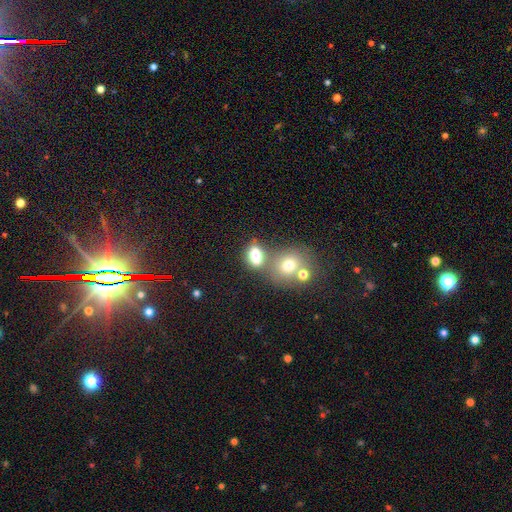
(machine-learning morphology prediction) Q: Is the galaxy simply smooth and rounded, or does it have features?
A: smooth — 75%.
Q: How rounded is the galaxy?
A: in between — 72%.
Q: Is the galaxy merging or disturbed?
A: none — 48%.